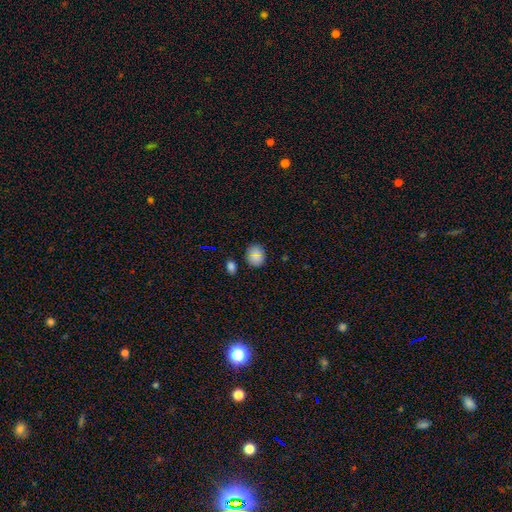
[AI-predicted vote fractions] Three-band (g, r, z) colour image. It shows a smooth galaxy with no disk features (76%) that is round (76%). Merging: none (84%).